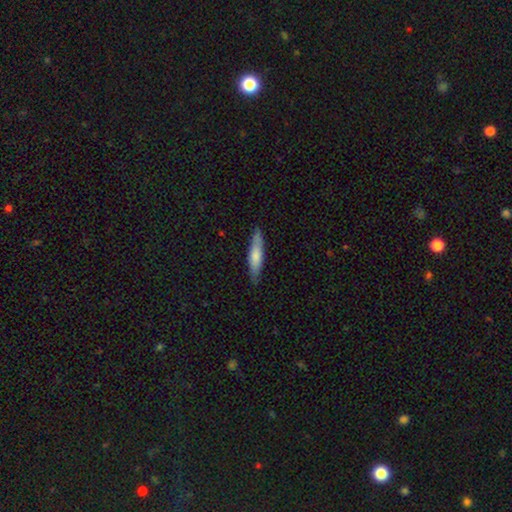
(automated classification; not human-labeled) smooth_or_featured: smooth (p=0.69) [alt: featured or disk p=0.26]
how_rounded: cigar-shaped (p=0.82) [alt: in between p=0.17]
merging: none (p=0.85) [alt: minor disturbance p=0.12]